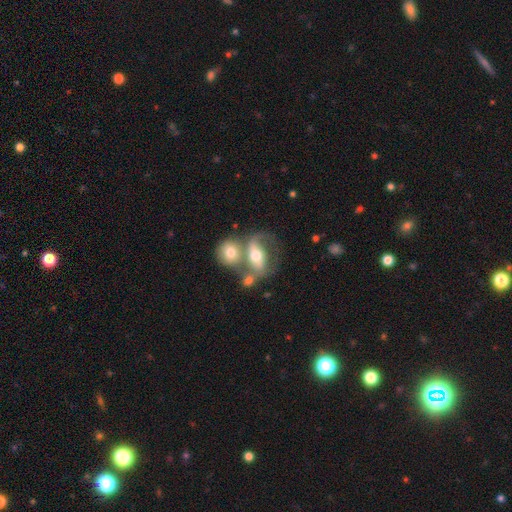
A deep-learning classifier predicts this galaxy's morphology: Smooth or featured?
  - featured or disk: 58% *
  - smooth: 35%
  - star or artifact: 8%
Edge-on disk?
  - no: 92% *
  - yes: 8%
Bar?
  - no: 36% *
  - strong: 32%
  - weak: 32%
Spiral arms?
  - yes: 65% *
  - no: 35%
Bulge size?
  - moderate: 69% *
  - large: 16%
  - small: 11%
  - dominant: 2%
  - none: 2%
Merging?
  - merger: 51% *
  - none: 26%
  - major disturbance: 12%
  - minor disturbance: 11%